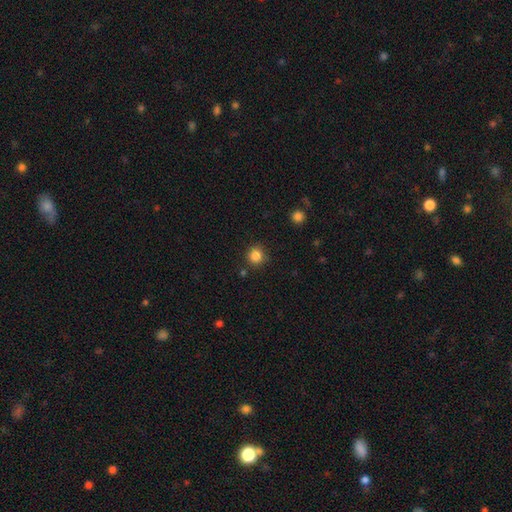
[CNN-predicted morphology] Overall: smooth (85%). How rounded: round (92%). Merging: none (87%).